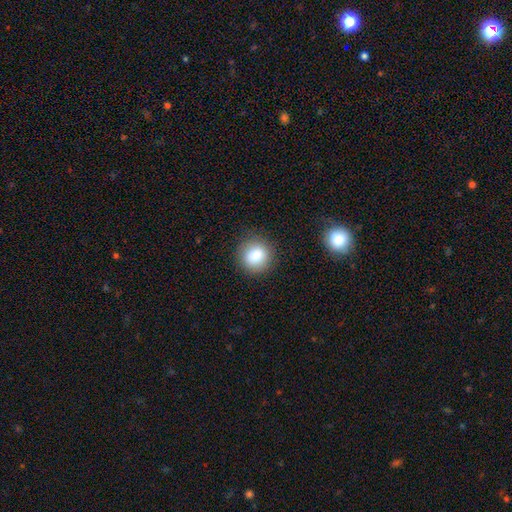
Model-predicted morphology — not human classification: Overall: smooth (86%). How rounded: round (85%). Merging: none (86%).